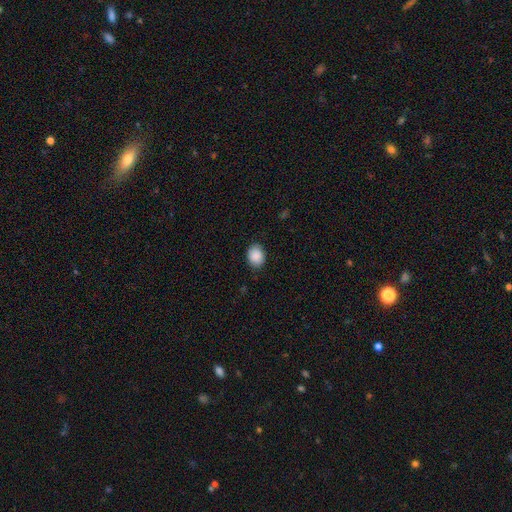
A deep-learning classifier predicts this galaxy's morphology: Q: Smooth or featured?
A: smooth (90%); runner-up: star or artifact (7%)
Q: How rounded?
A: in between (59%); runner-up: round (40%)
Q: Merging?
A: none (87%); runner-up: minor disturbance (10%)